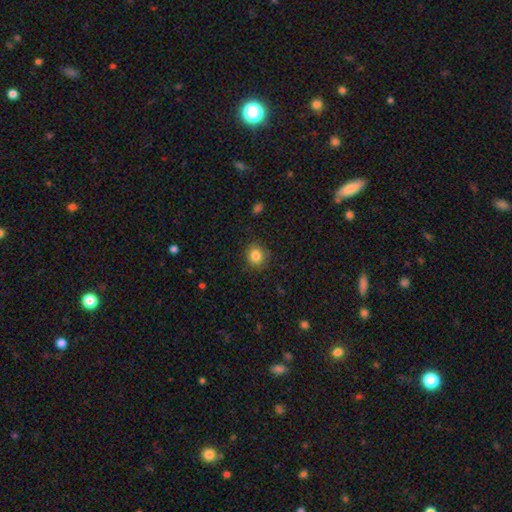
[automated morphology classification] Q: Smooth or featured?
A: smooth (85%); runner-up: star or artifact (10%)
Q: How rounded?
A: round (77%); runner-up: in between (22%)
Q: Merging?
A: none (87%); runner-up: minor disturbance (9%)